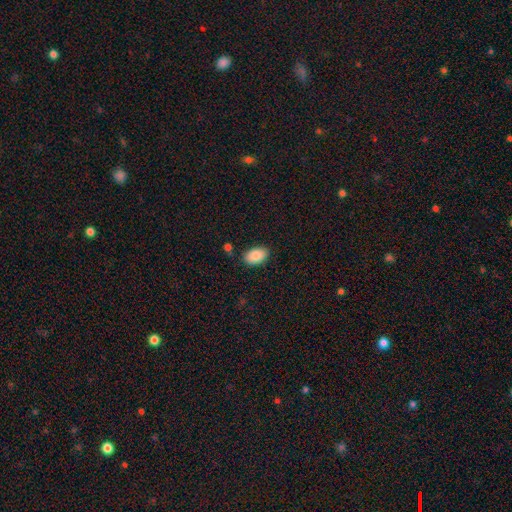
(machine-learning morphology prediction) This appears to be a smooth galaxy with no disk features (87%) that is in between round and cigar-shaped (93%). Merging: none (85%).